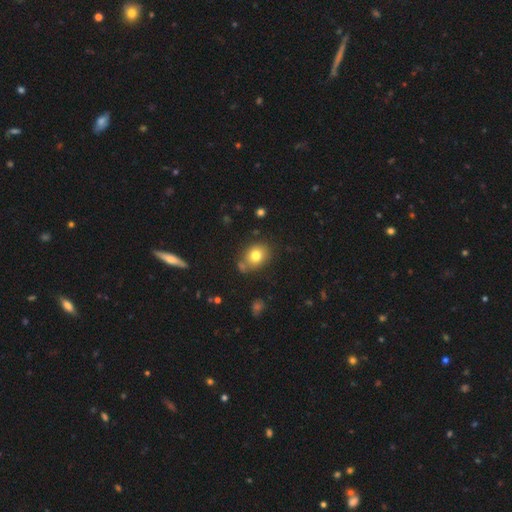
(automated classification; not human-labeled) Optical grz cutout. It shows a smooth galaxy with no disk features (77%) that is round (54%). Merging: none (73%).